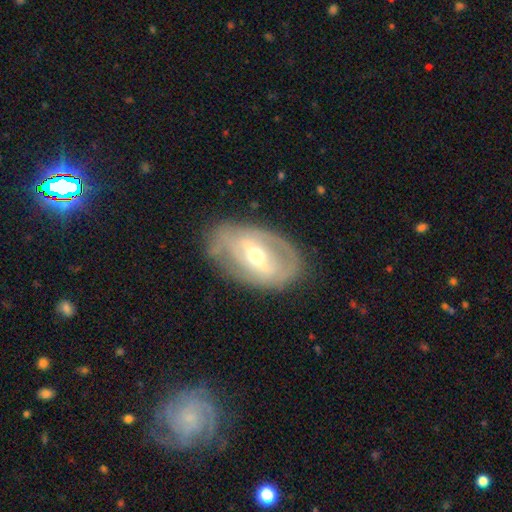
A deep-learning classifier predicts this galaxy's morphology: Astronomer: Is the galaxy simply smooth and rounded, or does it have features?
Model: featured or disk — 75%.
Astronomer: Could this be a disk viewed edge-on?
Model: no — 93%.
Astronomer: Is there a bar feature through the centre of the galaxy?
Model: strong — 42% (runner-up: weak, 39%).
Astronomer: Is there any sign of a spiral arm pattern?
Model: yes — 61% (runner-up: no, 39%).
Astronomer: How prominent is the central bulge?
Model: moderate — 60%.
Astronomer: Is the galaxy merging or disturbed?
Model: none — 72%.